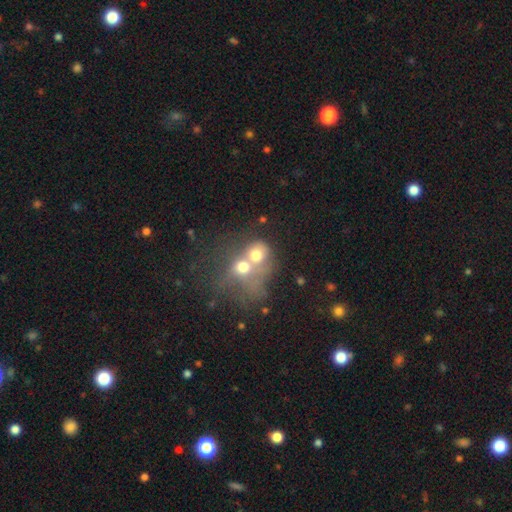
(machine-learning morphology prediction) smooth_or_featured: smooth (p=0.55) [alt: featured or disk p=0.29]
how_rounded: round (p=0.64) [alt: in between p=0.35]
merging: merger (p=0.71) [alt: none p=0.16]